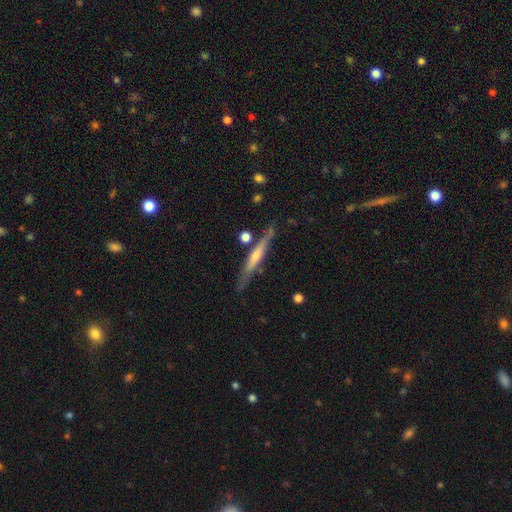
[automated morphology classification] Overall: featured or disk (63%; smooth 31%). Edge-on disk: yes (95%). Edge-on bulge: rounded (54%; none 32%). Merging: none (79%).